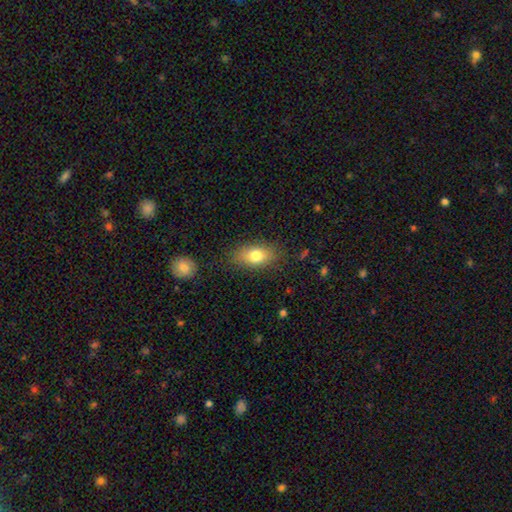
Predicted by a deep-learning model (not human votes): A smooth galaxy with no disk features (77%) that is in between round and cigar-shaped (84%).

Vote fractions:
- Smooth or featured? smooth: 77% / featured or disk: 15% / star or artifact: 8%
- How rounded? in between: 84% / round: 12% / cigar-shaped: 4%
- Merging? none: 80% / minor disturbance: 14% / major disturbance: 4% / merger: 2%